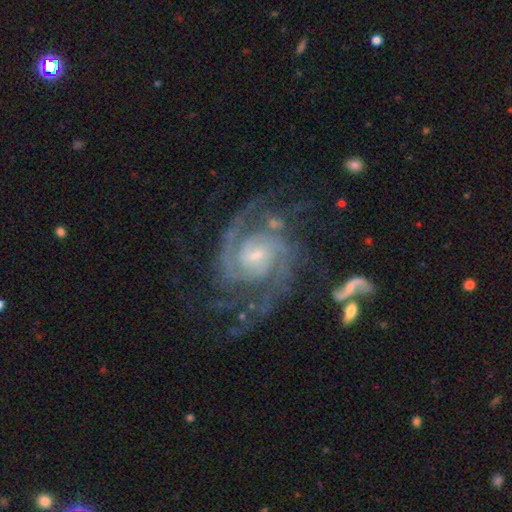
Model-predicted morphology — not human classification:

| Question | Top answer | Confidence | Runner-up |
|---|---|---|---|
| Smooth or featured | featured or disk | 92% | star or artifact (5%) |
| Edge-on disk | no | 98% | yes (2%) |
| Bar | no | 46% | weak (42%) |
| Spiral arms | yes | 98% | no (2%) |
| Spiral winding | tight | 53% | medium (39%) |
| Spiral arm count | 2 | 58% | 3 (17%) |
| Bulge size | small | 60% | moderate (32%) |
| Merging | none | 66% | minor disturbance (17%) |